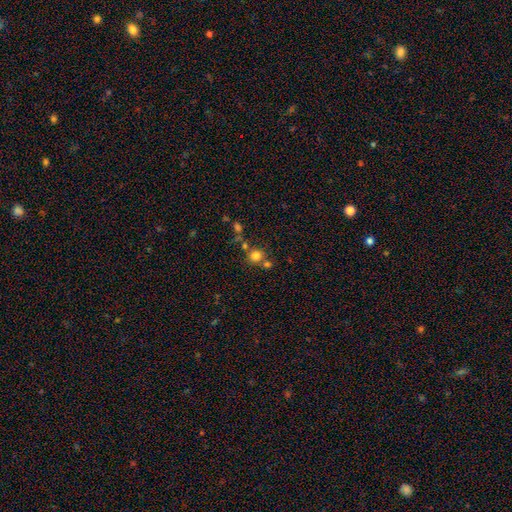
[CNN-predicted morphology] Q: Smooth or featured?
A: smooth (77%); runner-up: star or artifact (15%)
Q: How rounded?
A: round (90%); runner-up: in between (9%)
Q: Merging?
A: none (64%); runner-up: merger (24%)